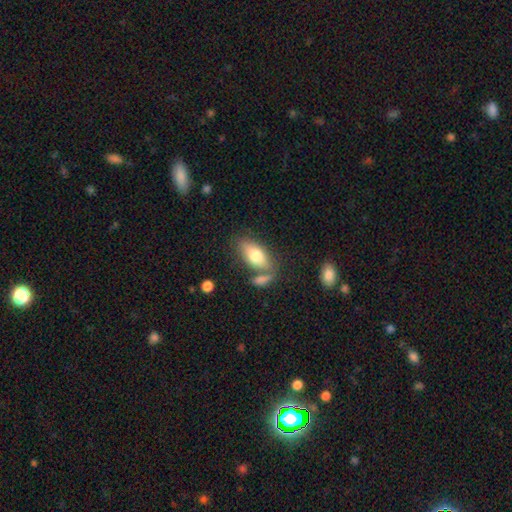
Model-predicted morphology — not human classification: This appears to be a smooth galaxy with no disk features (76%) that is in between round and cigar-shaped (87%). Merging: none (57%).